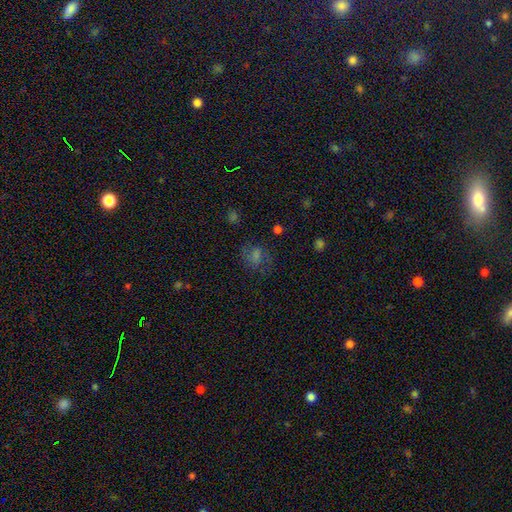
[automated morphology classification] smooth_or_featured: smooth (p=0.47) [alt: star or artifact p=0.27]
merging: none (p=0.64) [alt: minor disturbance p=0.18]